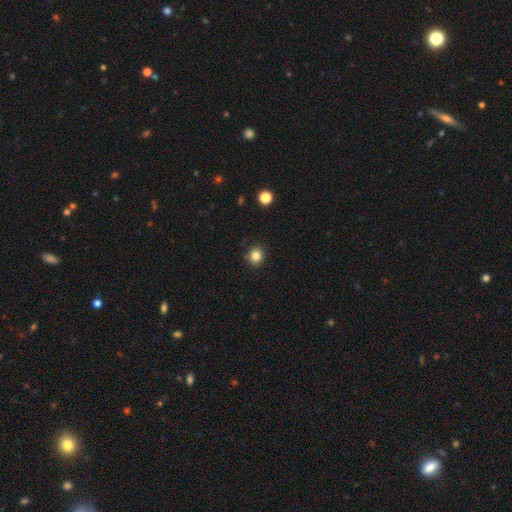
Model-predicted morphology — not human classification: smooth-or-featured: smooth: 84% | star or artifact: 11% | featured or disk: 5%
  how-rounded: round: 78% | in between: 21% | cigar-shaped: 1%
  merging: none: 89% | minor disturbance: 8% | major disturbance: 2% | merger: 1%